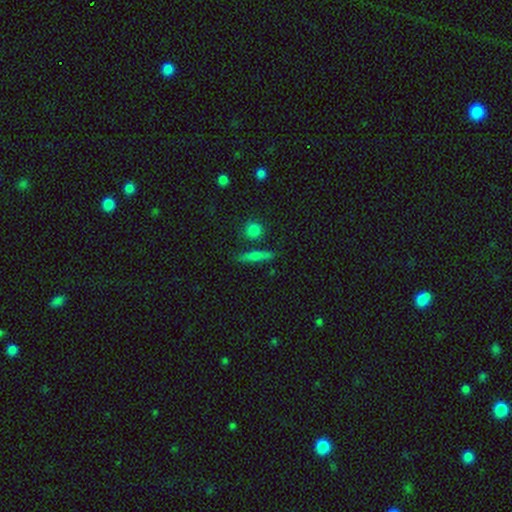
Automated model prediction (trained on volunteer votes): This appears to be a smooth galaxy with no disk features (67%) that is cigar-shaped (79%). Merging: none (82%).